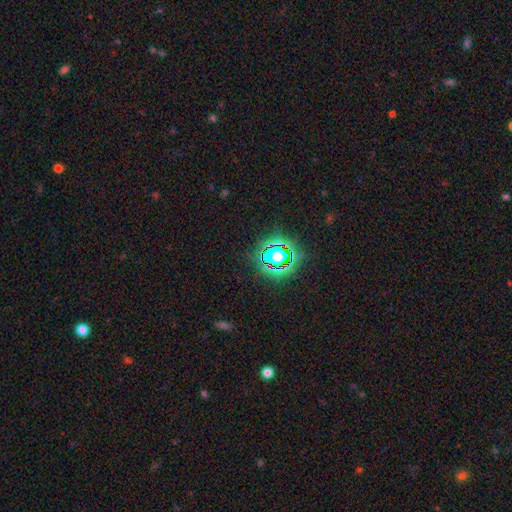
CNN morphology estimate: Smooth or featured? star or artifact (79%)